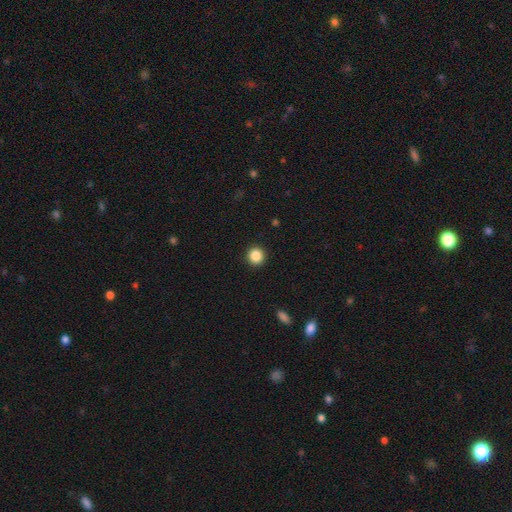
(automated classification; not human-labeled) Q: Smooth or featured?
A: smooth (87%); runner-up: star or artifact (10%)
Q: How rounded?
A: round (92%); runner-up: in between (7%)
Q: Merging?
A: none (93%); runner-up: minor disturbance (5%)